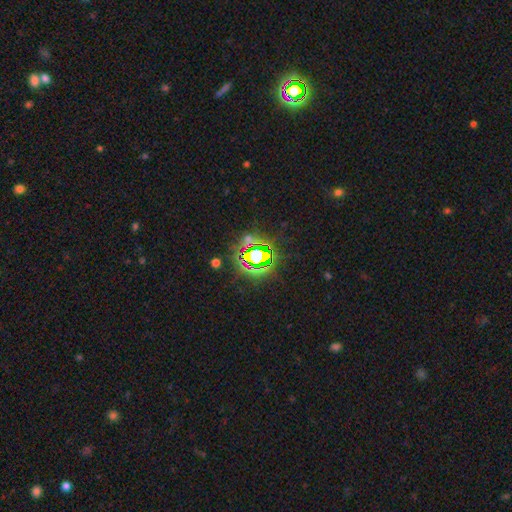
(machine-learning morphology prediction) Smooth or featured?
  - star or artifact: 75% *
  - smooth: 14%
  - featured or disk: 11%